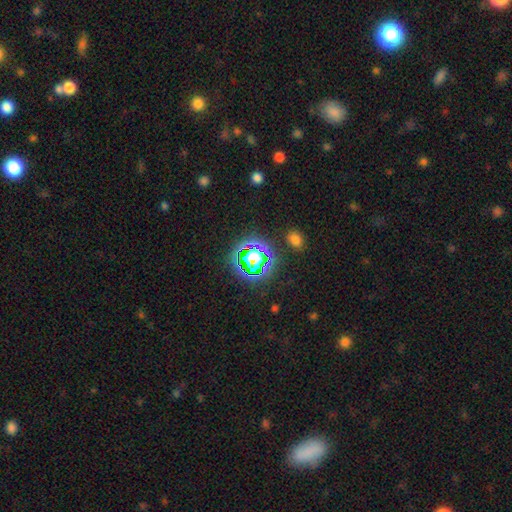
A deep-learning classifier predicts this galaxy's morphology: smooth-or-featured: star or artifact: 65% | smooth: 24% | featured or disk: 11%